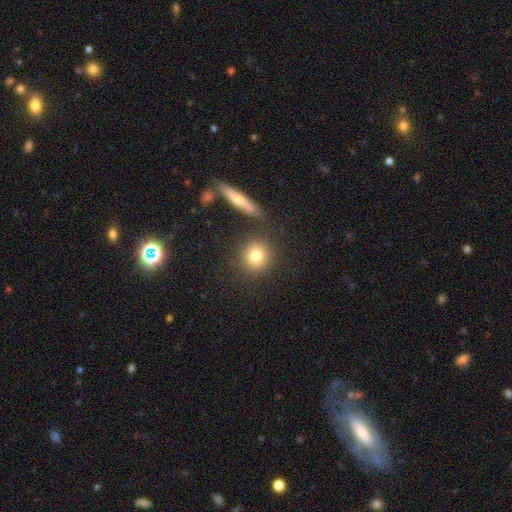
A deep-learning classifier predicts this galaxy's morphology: smooth-or-featured: smooth: 80% | featured or disk: 10% | star or artifact: 10%
  how-rounded: round: 82% | in between: 15% | cigar-shaped: 2%
  merging: none: 82% | minor disturbance: 9% | merger: 7% | major disturbance: 3%